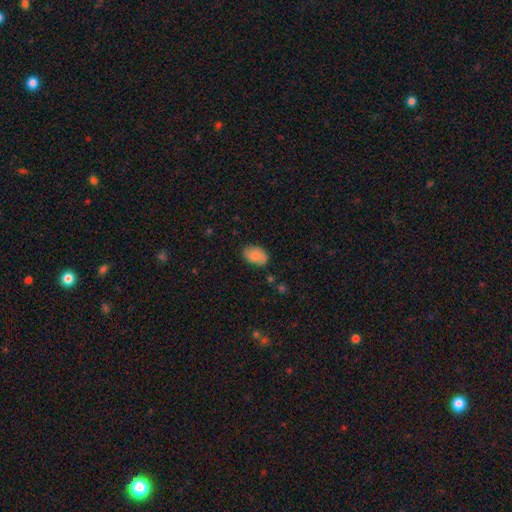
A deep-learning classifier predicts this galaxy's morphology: Overall: smooth (80%). How rounded: in between (88%). Merging: none (79%).